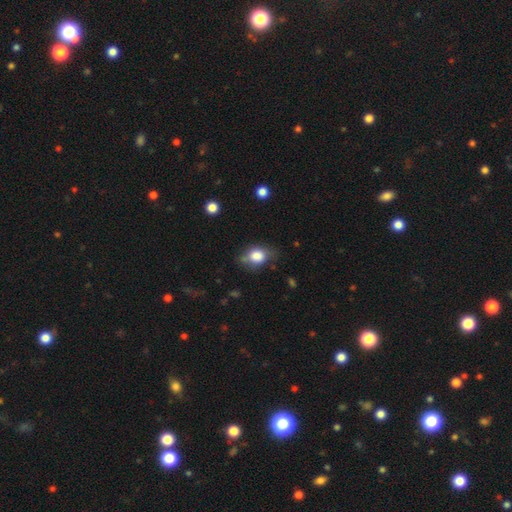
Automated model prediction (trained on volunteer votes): Smooth or featured? smooth (78%)
How rounded? in between (66%)
Merging? none (59%)